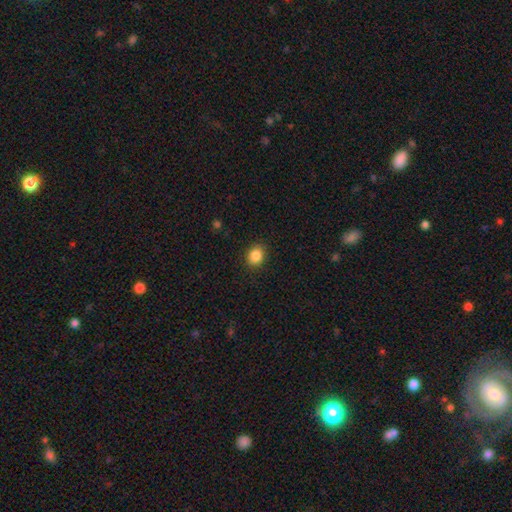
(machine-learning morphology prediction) Smooth or featured? smooth (86%)
How rounded? round (55%)
Merging? none (90%)